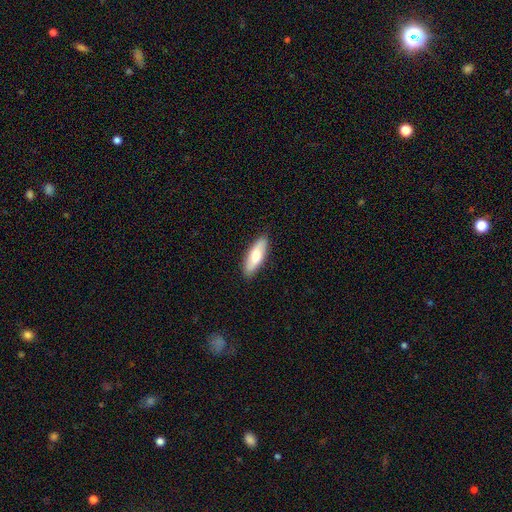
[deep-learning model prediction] A smooth galaxy with no disk features (69%) that is in between round and cigar-shaped (60%). Merging: none (88%).